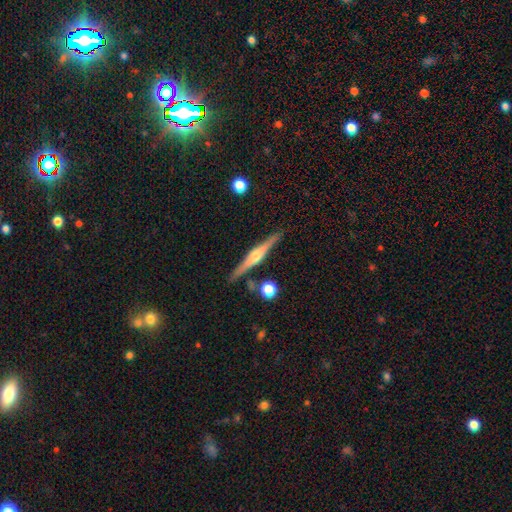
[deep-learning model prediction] Smooth or featured?
  - featured or disk: 80% *
  - smooth: 14%
  - star or artifact: 6%
Edge-on disk?
  - yes: 98% *
  - no: 2%
Edge-on bulge?
  - rounded: 93% *
  - boxy: 5%
  - none: 2%
Merging?
  - none: 88% *
  - minor disturbance: 7%
  - merger: 3%
  - major disturbance: 2%